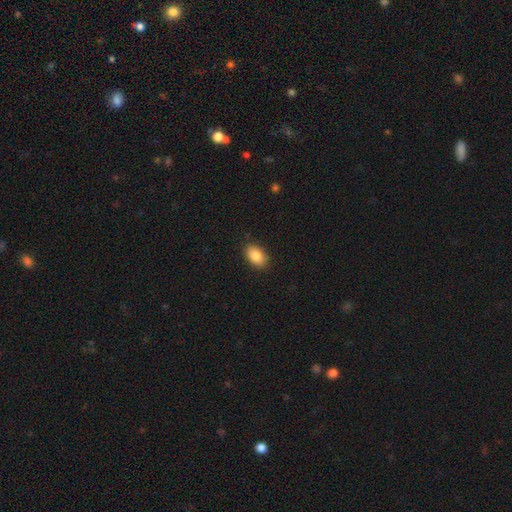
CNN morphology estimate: Smooth or featured? Predicted: smooth (p=0.88). How rounded? Predicted: in between (p=0.92). Merging? Predicted: none (p=0.88).